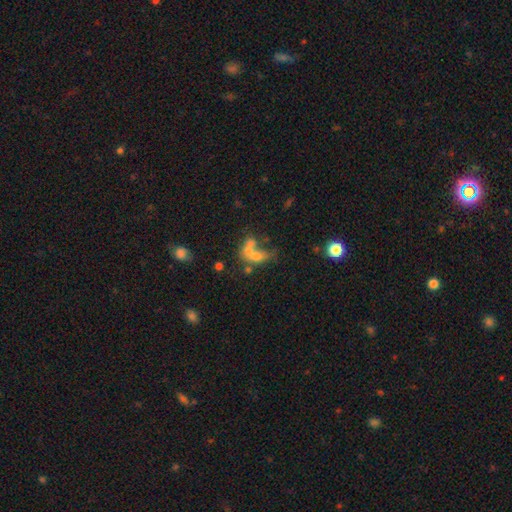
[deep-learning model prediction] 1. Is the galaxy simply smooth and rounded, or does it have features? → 53% smooth, 32% featured or disk, 15% star or artifact.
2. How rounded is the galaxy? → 63% in between, 33% round, 4% cigar-shaped.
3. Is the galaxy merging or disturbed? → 62% merger, 20% none, 10% major disturbance, 8% minor disturbance.